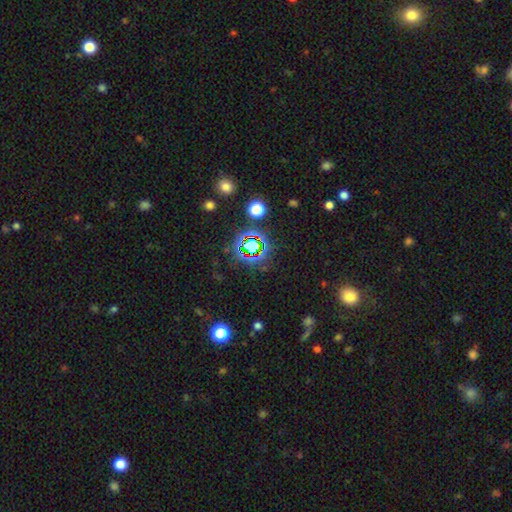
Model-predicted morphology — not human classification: Smooth or featured?
  - star or artifact: 75% *
  - smooth: 15%
  - featured or disk: 9%